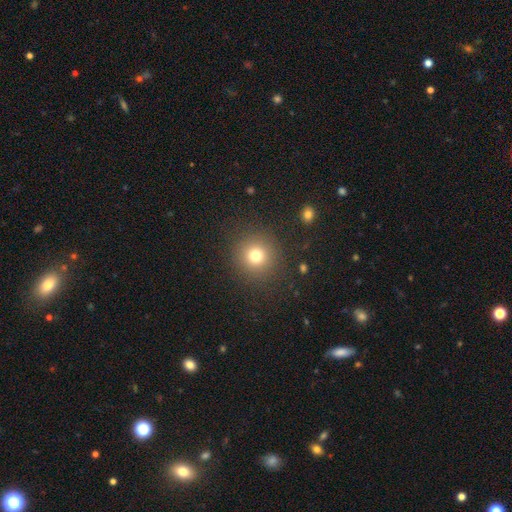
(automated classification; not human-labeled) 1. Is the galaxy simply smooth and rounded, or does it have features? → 76% smooth, 15% star or artifact, 9% featured or disk.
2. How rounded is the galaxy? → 94% round, 5% in between, 1% cigar-shaped.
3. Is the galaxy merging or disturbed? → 89% none, 6% minor disturbance, 4% major disturbance, 1% merger.